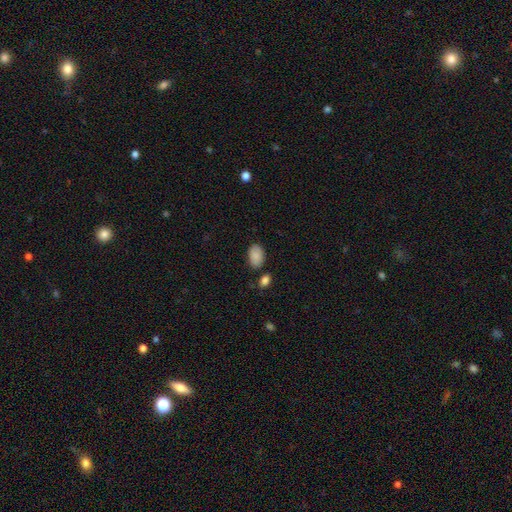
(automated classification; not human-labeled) The model was most divided on "merging": none: 77%, minor disturbance: 14%, merger: 5%, major disturbance: 3%. More confident: how rounded — in between (91%); smooth or featured — smooth (87%).